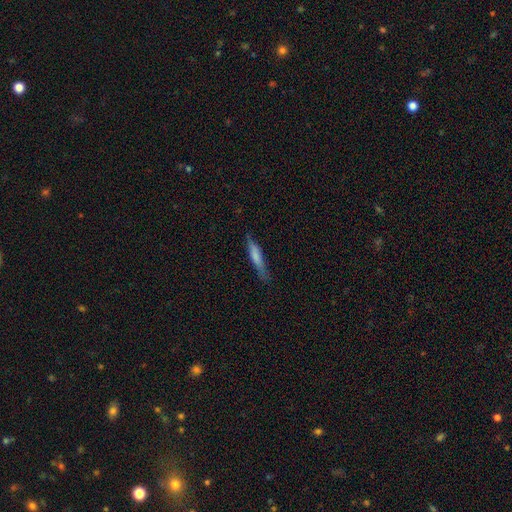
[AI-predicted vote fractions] The model was most divided on "smooth or featured": smooth: 69%, featured or disk: 25%, star or artifact: 6%. More confident: how rounded — cigar-shaped (87%); merging — none (75%).